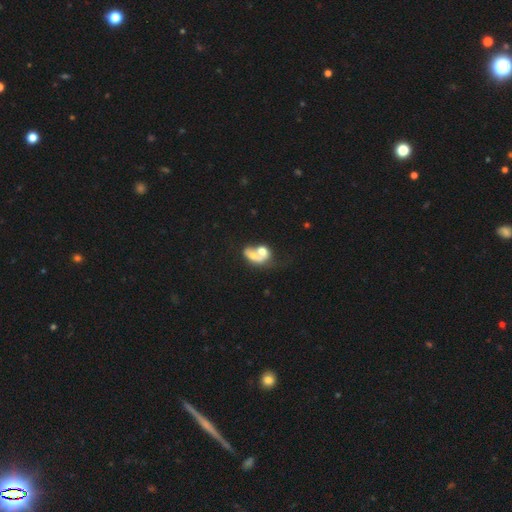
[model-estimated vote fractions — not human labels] smooth 49%, featured or disk 41%, star or artifact 10%. Down the decision tree: merging — merger (66%).